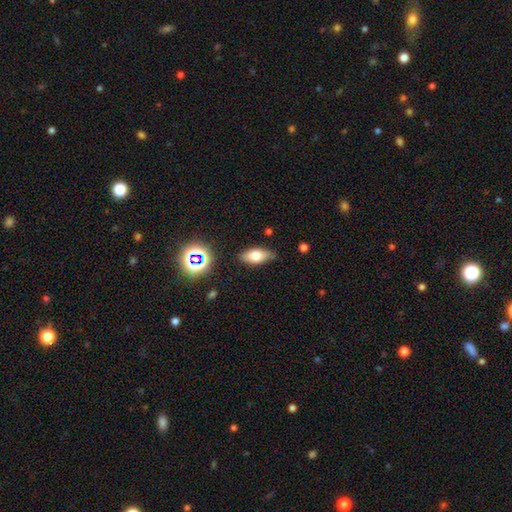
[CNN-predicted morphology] type=smooth (71%); roundness=in between (85%); merging=none (81%).